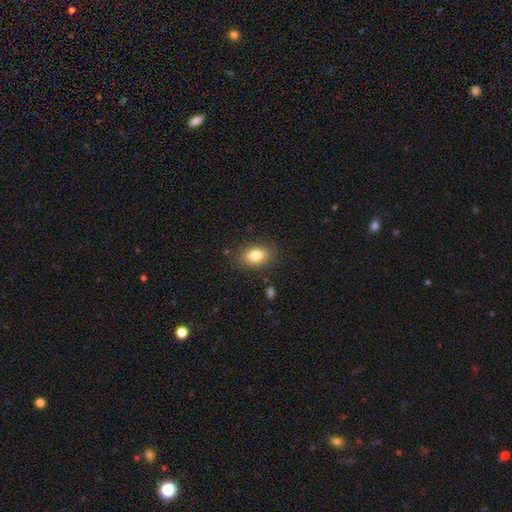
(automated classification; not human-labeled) Overall: smooth (82%). How rounded: in between (80%). Merging: none (85%).